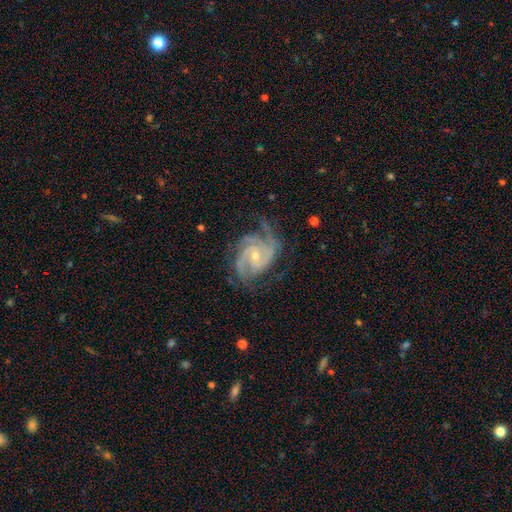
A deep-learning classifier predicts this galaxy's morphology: Smooth or featured?
  - featured or disk: 92% *
  - star or artifact: 4%
  - smooth: 4%
Edge-on disk?
  - no: 98% *
  - yes: 2%
Bar?
  - no: 57% *
  - weak: 33%
  - strong: 10%
Spiral arms?
  - yes: 98% *
  - no: 2%
Spiral winding?
  - tight: 55% *
  - medium: 39%
  - loose: 6%
Spiral arm count?
  - 3: 46% *
  - 2: 24%
  - 4: 12%
  - can't tell: 9%
  - more than 4: 5%
  - 1: 5%
Bulge size?
  - small: 60% *
  - moderate: 37%
  - none: 1%
  - large: 1%
  - dominant: 1%
Merging?
  - none: 66% *
  - minor disturbance: 22%
  - major disturbance: 11%
  - merger: 1%